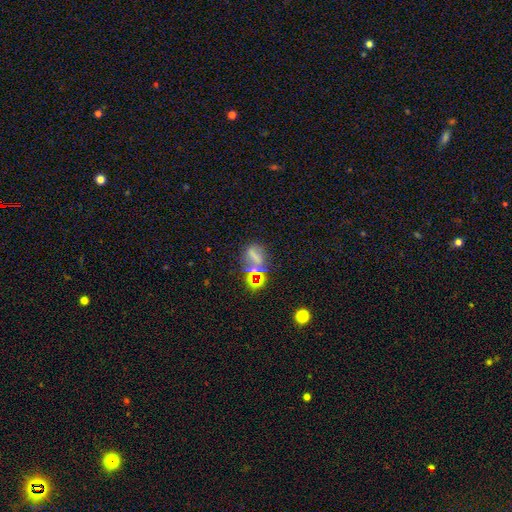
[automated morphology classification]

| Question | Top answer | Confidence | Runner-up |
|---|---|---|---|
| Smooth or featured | smooth | 42% | star or artifact (38%) |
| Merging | none | 52% | minor disturbance (18%) |